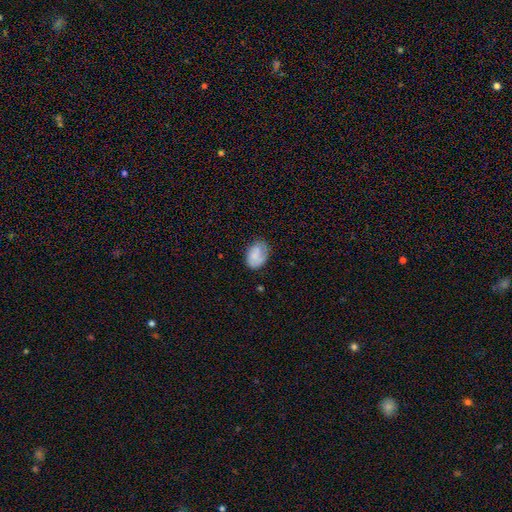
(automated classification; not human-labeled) A smooth galaxy with no disk features (74%) that is in between round and cigar-shaped (78%). Merging: none (66%).